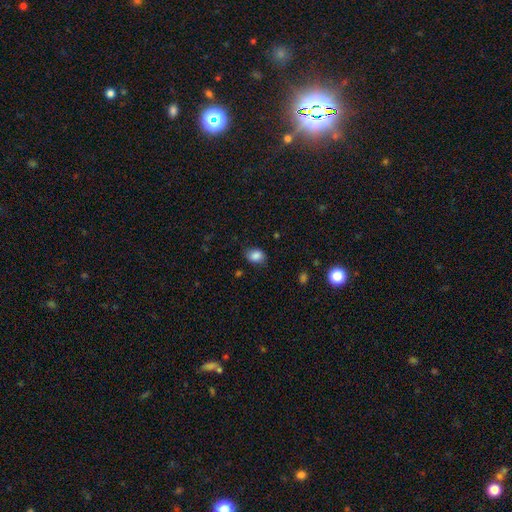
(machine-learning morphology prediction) A smooth galaxy with no disk features (85%) that is in between round and cigar-shaped (63%).

Vote fractions:
- Smooth or featured? smooth: 85% / star or artifact: 9% / featured or disk: 6%
- How rounded? in between: 63% / round: 36% / cigar-shaped: 1%
- Merging? none: 75% / minor disturbance: 20% / major disturbance: 4% / merger: 1%